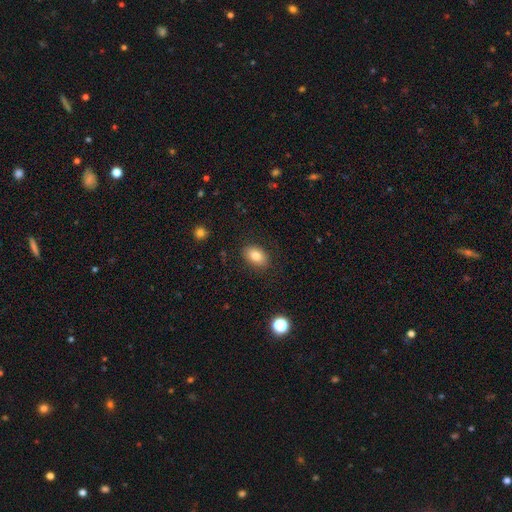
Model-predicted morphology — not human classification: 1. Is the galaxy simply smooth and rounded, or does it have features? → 81% smooth, 10% featured or disk, 9% star or artifact.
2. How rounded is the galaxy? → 84% in between, 14% round, 1% cigar-shaped.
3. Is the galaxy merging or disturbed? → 86% none, 10% minor disturbance, 3% major disturbance, 1% merger.